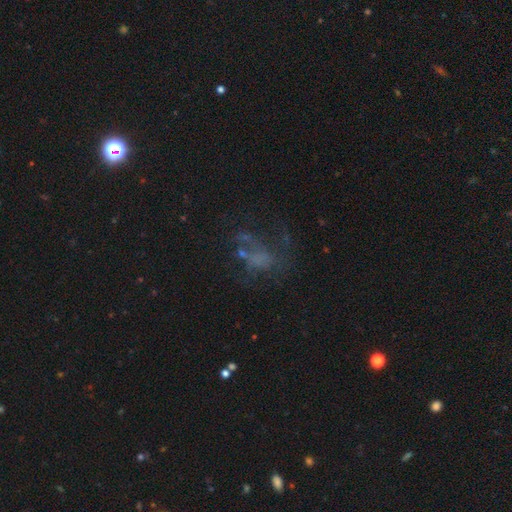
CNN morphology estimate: featured or disk 43%, star or artifact 33%, smooth 23%. Down the decision tree: merging — none (39%).